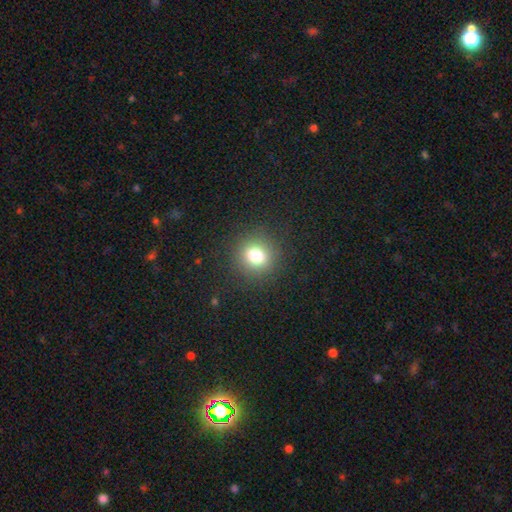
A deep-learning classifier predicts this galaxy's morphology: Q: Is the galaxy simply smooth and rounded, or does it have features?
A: smooth — 77%.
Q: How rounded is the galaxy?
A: round — 84%.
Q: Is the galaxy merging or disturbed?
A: none — 88%.